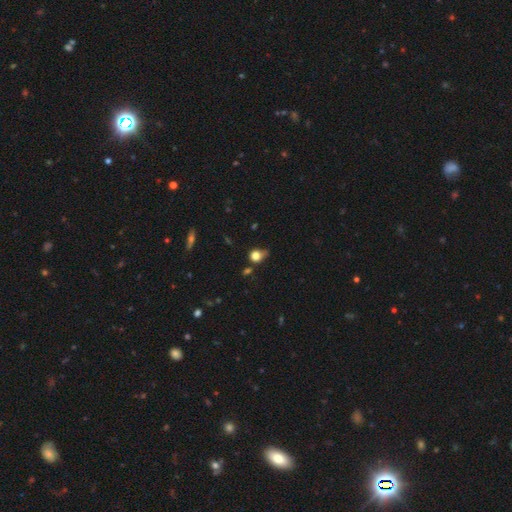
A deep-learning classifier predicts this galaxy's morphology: Smooth or featured?
  - smooth: 77% *
  - star or artifact: 13%
  - featured or disk: 10%
How rounded?
  - round: 68% *
  - in between: 30%
  - cigar-shaped: 2%
Merging?
  - none: 40% *
  - minor disturbance: 34%
  - major disturbance: 18%
  - merger: 7%